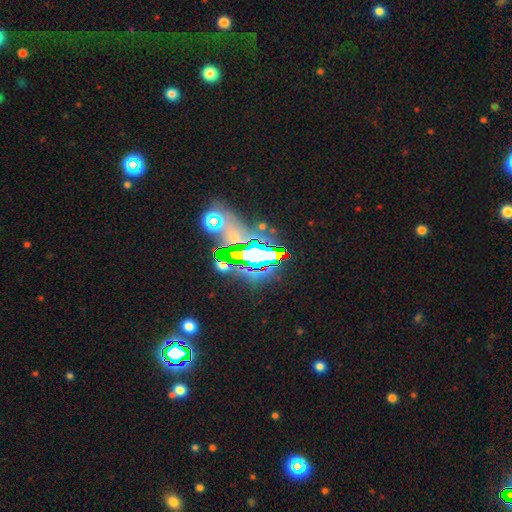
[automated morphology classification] type=star or artifact (70%).